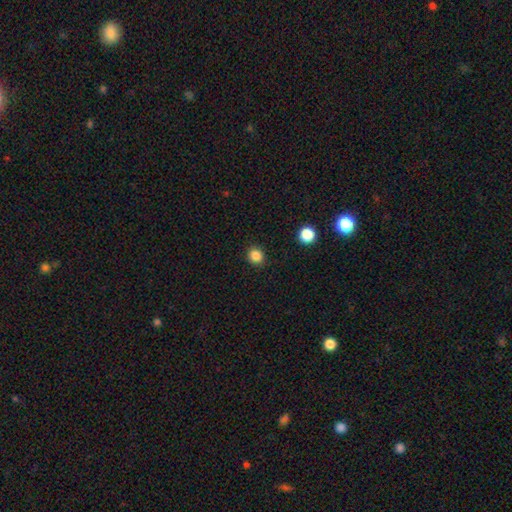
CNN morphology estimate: Smooth or featured? smooth (85%)
How rounded? round (87%)
Merging? none (91%)